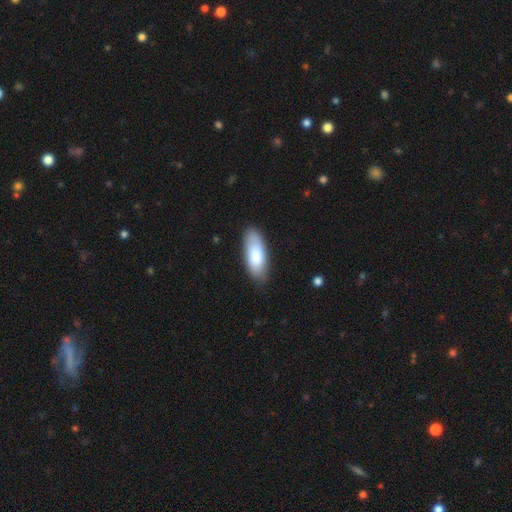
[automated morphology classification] Smooth or featured? Predicted: smooth (p=0.85). How rounded? Predicted: in between (p=0.77). Merging? Predicted: none (p=0.83).